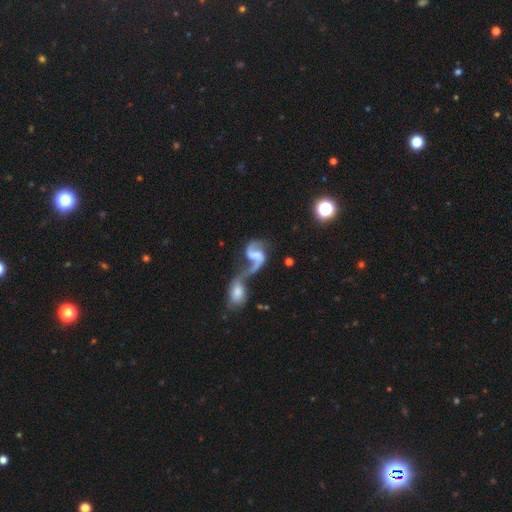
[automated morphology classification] This appears to be a featured or disk galaxy (82%) with a weak bar (42%), 2 (85%) loose (67%) spiral arms (93%) and no central bulge (44%). Merging: merger (67%).